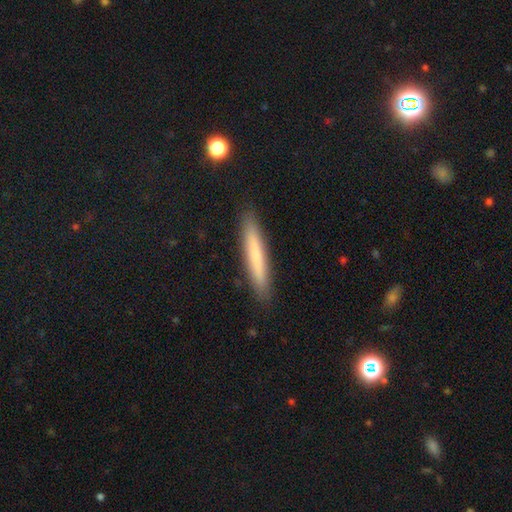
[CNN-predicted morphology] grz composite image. It shows a smooth galaxy with no disk features (71%) that is cigar-shaped (94%). Merging: none (90%).